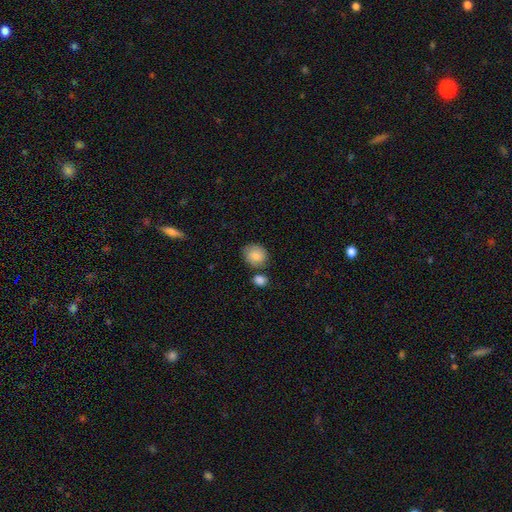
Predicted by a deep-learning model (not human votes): This is clearly a smooth galaxy (84%). How rounded: likely round (69%). Merging: likely none (66%).